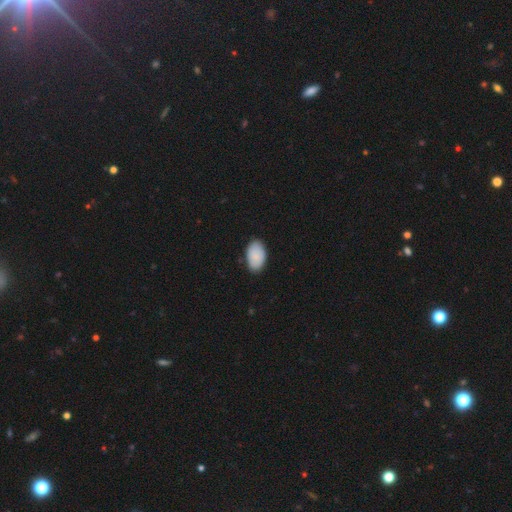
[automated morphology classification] The model was most divided on "merging": none: 84%, minor disturbance: 12%, major disturbance: 2%, merger: 1%. More confident: how rounded — in between (94%); smooth or featured — smooth (87%).